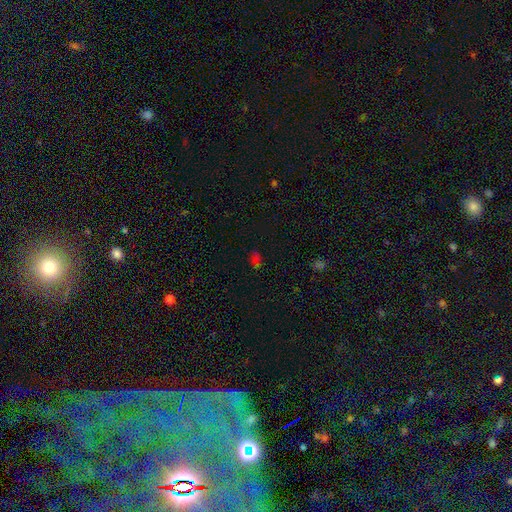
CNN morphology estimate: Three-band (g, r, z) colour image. It shows a smooth galaxy with no disk features (48%). Merging: none (61%).